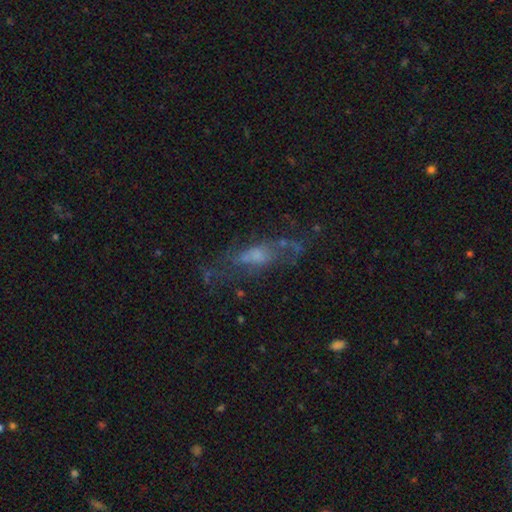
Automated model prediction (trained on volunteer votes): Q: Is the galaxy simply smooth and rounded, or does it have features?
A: featured or disk — 53%.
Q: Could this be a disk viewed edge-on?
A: no — 76%.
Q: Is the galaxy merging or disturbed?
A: none — 47%.